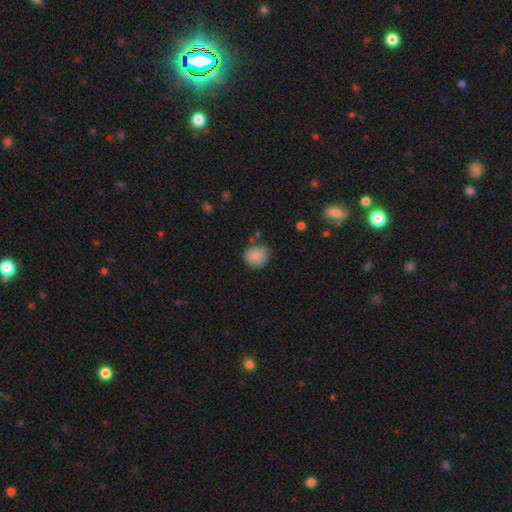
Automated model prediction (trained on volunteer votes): This appears to be a smooth galaxy with no disk features (85%) that is round (81%). Merging: none (69%).